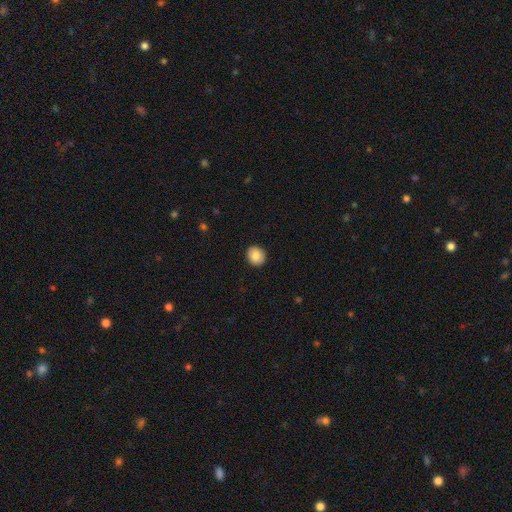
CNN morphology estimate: This is clearly a smooth galaxy (84%). How rounded: clearly round (87%). Merging: clearly none (91%).